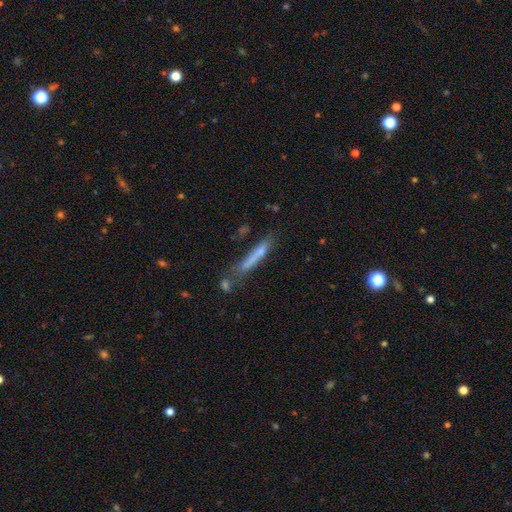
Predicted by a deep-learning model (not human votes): Smooth or featured? smooth (57%)
How rounded? cigar-shaped (93%)
Merging? none (59%)